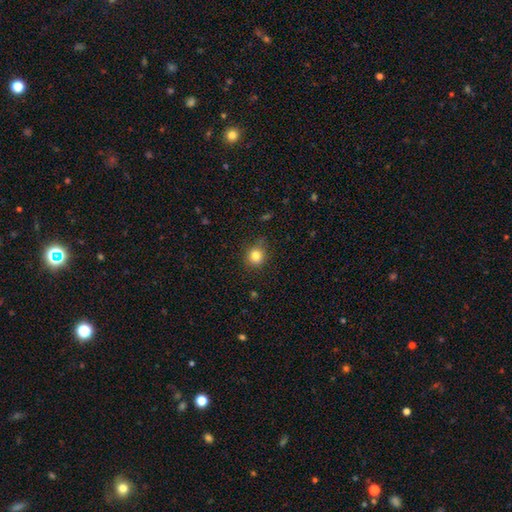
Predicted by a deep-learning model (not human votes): smooth_or_featured: smooth (p=0.81) [alt: star or artifact p=0.12]
how_rounded: round (p=0.82) [alt: in between p=0.17]
merging: none (p=0.80) [alt: minor disturbance p=0.15]